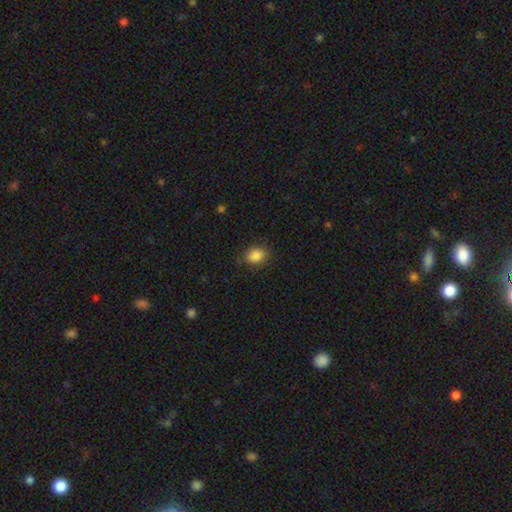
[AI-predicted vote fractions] Smooth or featured? smooth (87%)
How rounded? in between (55%)
Merging? none (81%)